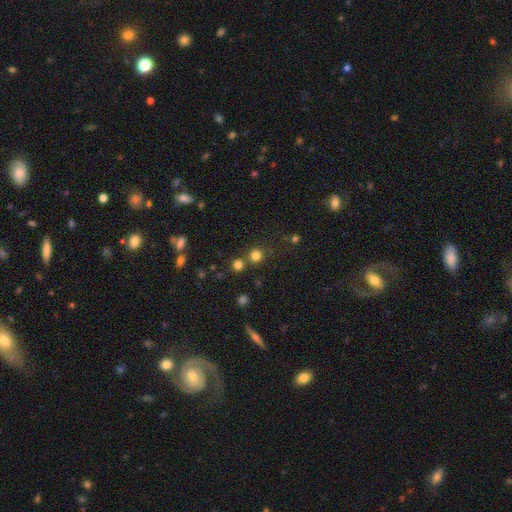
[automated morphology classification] Smooth or featured?
  - smooth: 77% *
  - star or artifact: 18%
  - featured or disk: 5%
How rounded?
  - round: 93% *
  - in between: 6%
  - cigar-shaped: 1%
Merging?
  - none: 76% *
  - merger: 14%
  - minor disturbance: 6%
  - major disturbance: 3%